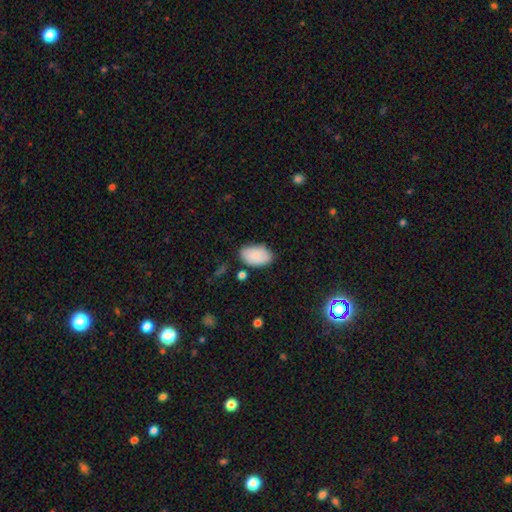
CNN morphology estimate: Q: Smooth or featured?
A: smooth (85%); runner-up: featured or disk (9%)
Q: How rounded?
A: in between (94%); runner-up: round (5%)
Q: Merging?
A: none (73%); runner-up: minor disturbance (19%)